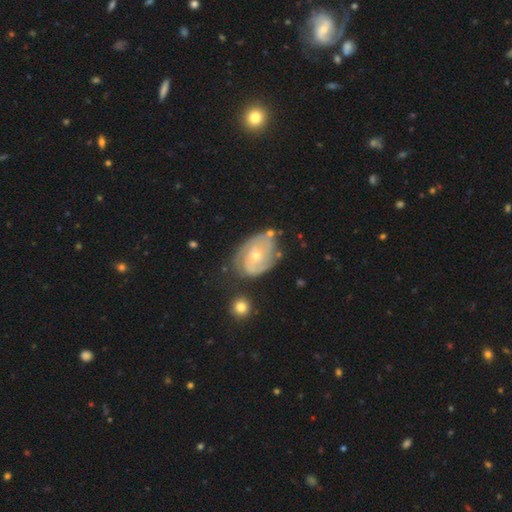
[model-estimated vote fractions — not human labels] Morphology: type=featured or disk (81%); edge-on=no (97%); bar=no (72%); spiral arms=yes (92%); winding=tight (61%); arm count=2 (48%); bulge=small (53%); merging=none (61%).